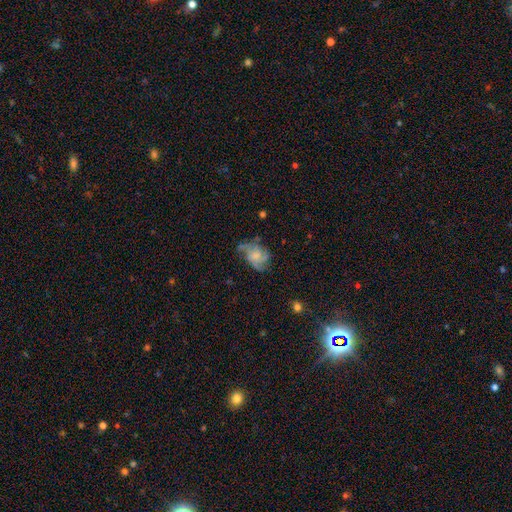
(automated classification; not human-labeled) This is possibly a featured or disk galaxy (56%). It is clearly not viewed edge-on (97%). Bar: likely no (73%). Spiral arm pattern: likely yes (79%). Central bulge: marginally none (36%). Merging: possibly none (45%).